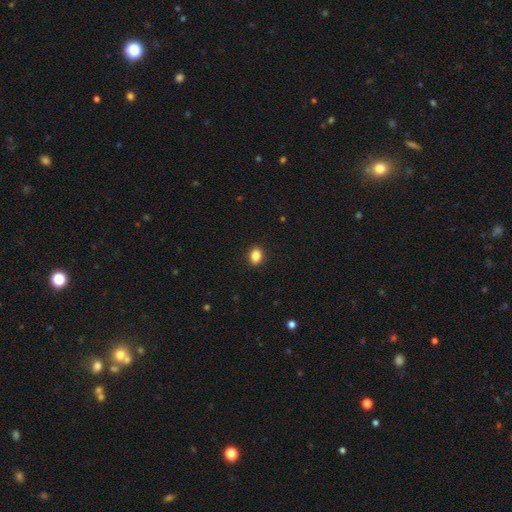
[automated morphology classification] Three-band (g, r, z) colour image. It shows a smooth galaxy with no disk features (86%) that is in between round and cigar-shaped (62%). Merging: none (91%).